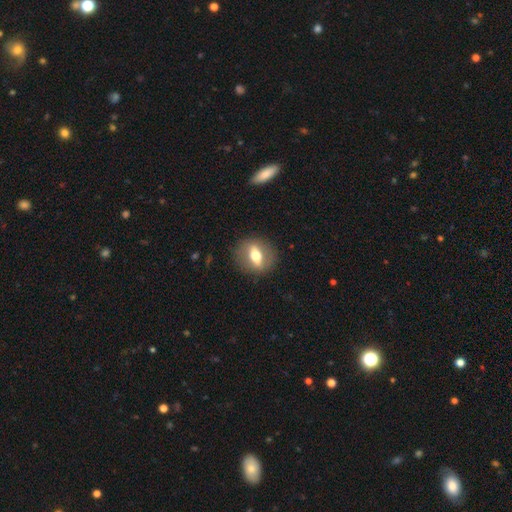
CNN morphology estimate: smooth-or-featured: featured or disk: 48% | smooth: 44% | star or artifact: 8%
  merging: none: 86% | minor disturbance: 9% | major disturbance: 4% | merger: 1%